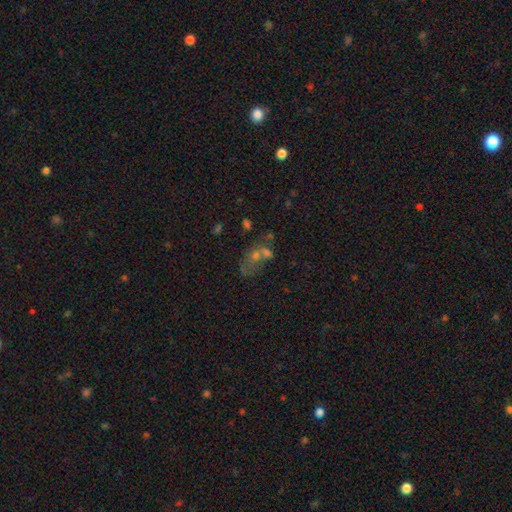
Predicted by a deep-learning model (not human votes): smooth 39%, featured or disk 34%, star or artifact 27%. Down the decision tree: merging — merger (44%).